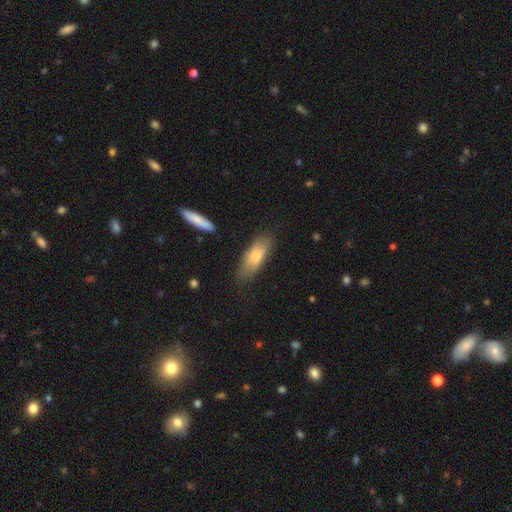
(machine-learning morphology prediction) This is likely a smooth galaxy (69%). How rounded: possibly in between (60%). Merging: likely none (70%).